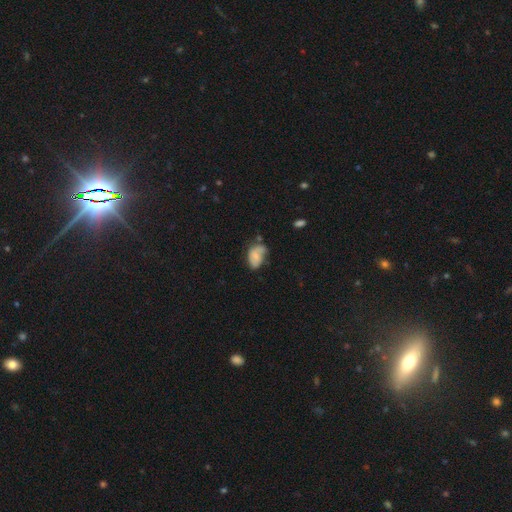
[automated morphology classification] The model was most divided on "merging": none: 40%, minor disturbance: 38%, major disturbance: 17%, merger: 6%. More confident: how rounded — in between (85%); smooth or featured — smooth (57%).